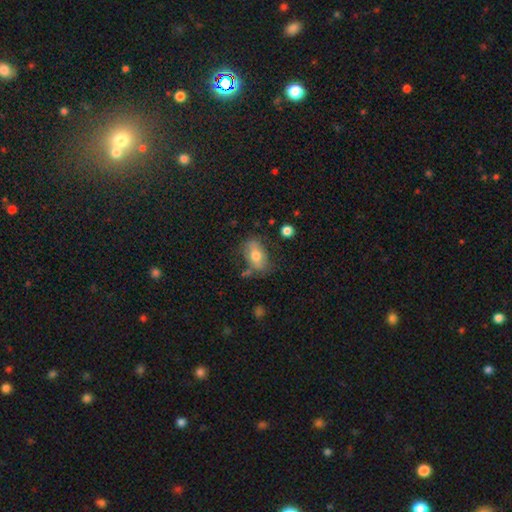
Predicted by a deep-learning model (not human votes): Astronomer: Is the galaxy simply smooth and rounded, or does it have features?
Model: smooth — 67%.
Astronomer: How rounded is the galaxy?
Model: in between — 86%.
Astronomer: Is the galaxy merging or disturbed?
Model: none — 61%.